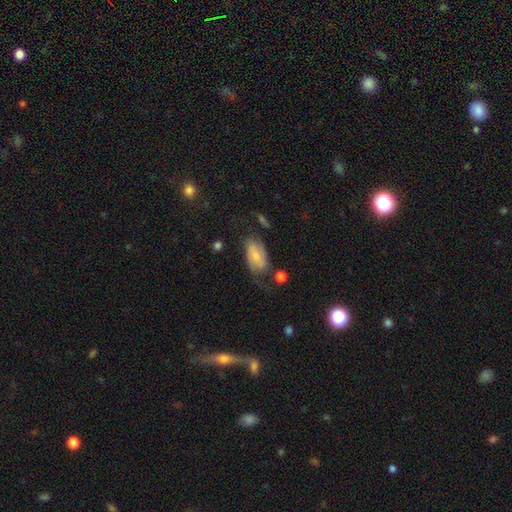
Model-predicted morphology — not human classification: smooth_or_featured: smooth (p=0.56) [alt: featured or disk p=0.37]
how_rounded: in between (p=0.91) [alt: round p=0.06]
merging: none (p=0.48) [alt: minor disturbance p=0.28]